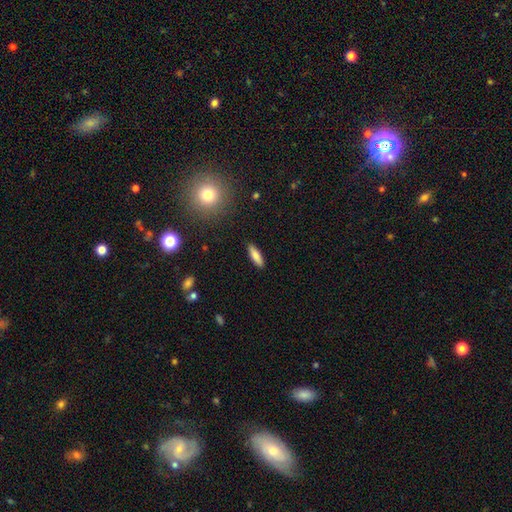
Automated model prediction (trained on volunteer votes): Smooth or featured? Predicted: smooth (p=0.80). How rounded? Predicted: cigar-shaped (p=0.53). Merging? Predicted: none (p=0.89).